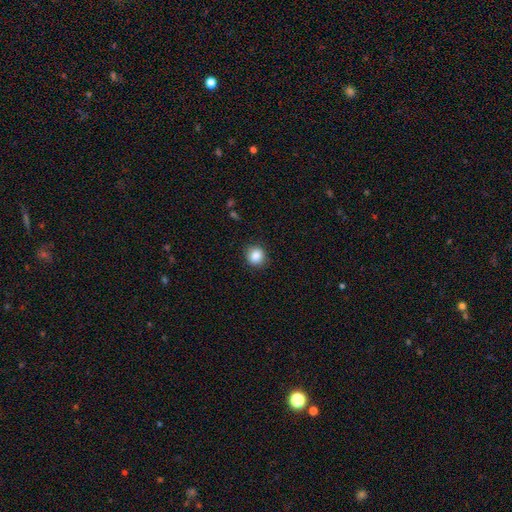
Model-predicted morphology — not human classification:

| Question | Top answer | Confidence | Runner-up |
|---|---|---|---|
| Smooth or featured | smooth | 86% | star or artifact (9%) |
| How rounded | round | 88% | in between (11%) |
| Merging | none | 89% | minor disturbance (8%) |